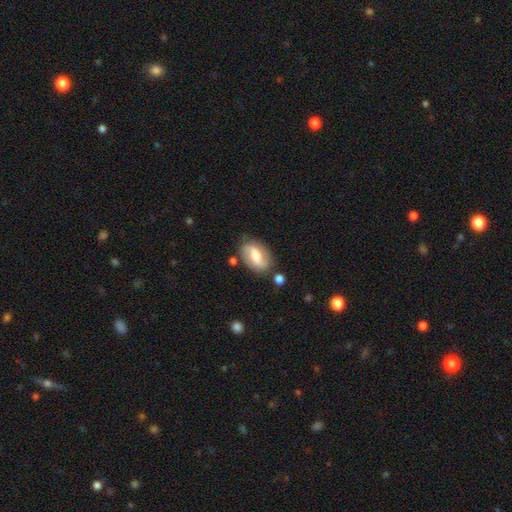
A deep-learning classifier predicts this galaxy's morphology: Smooth or featured? featured or disk (67%)
Edge-on disk? no (95%)
Bar? weak (42%)
Spiral arms? yes (87%)
Spiral winding? loose (46%)
Spiral arm count? 2 (88%)
Bulge size? moderate (57%)
Merging? none (76%)